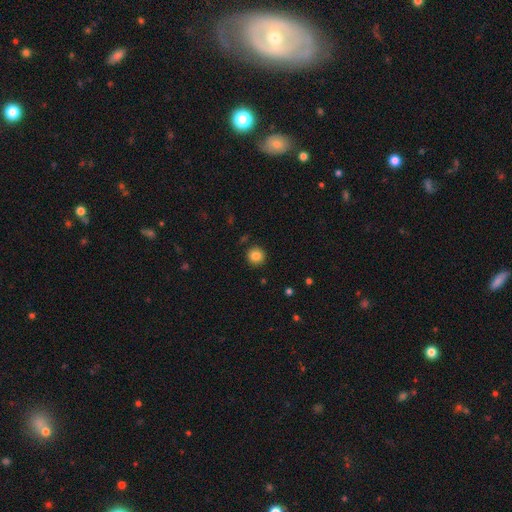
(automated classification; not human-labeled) This is clearly a smooth galaxy (85%). How rounded: clearly round (95%). Merging: clearly none (91%).